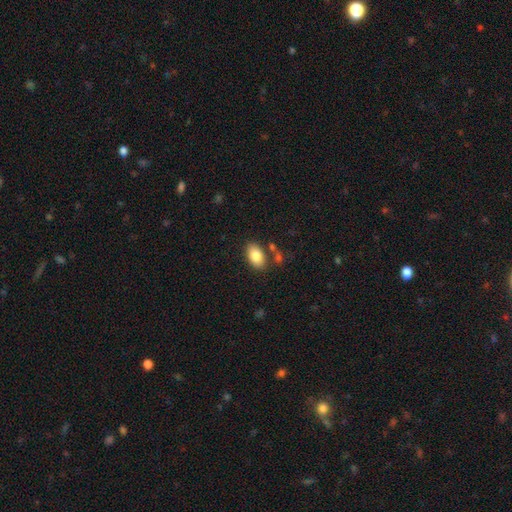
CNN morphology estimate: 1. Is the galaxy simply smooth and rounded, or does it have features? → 83% smooth, 10% featured or disk, 7% star or artifact.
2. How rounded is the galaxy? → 92% in between, 7% round, 1% cigar-shaped.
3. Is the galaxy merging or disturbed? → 77% none, 12% minor disturbance, 8% merger, 3% major disturbance.